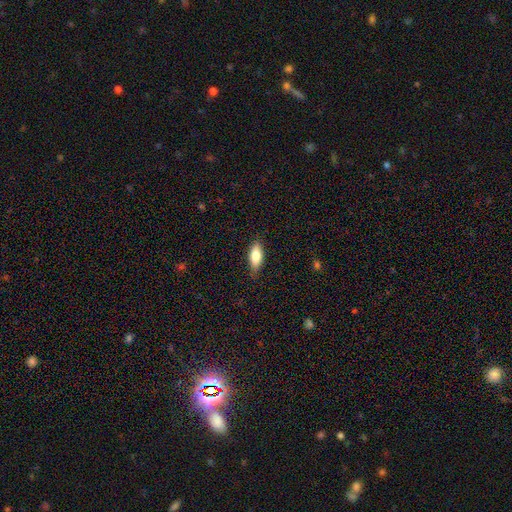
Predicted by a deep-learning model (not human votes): smooth-or-featured: smooth: 73% | featured or disk: 21% | star or artifact: 6%
  how-rounded: in between: 74% | cigar-shaped: 23% | round: 3%
  merging: none: 85% | minor disturbance: 12% | major disturbance: 2% | merger: 1%